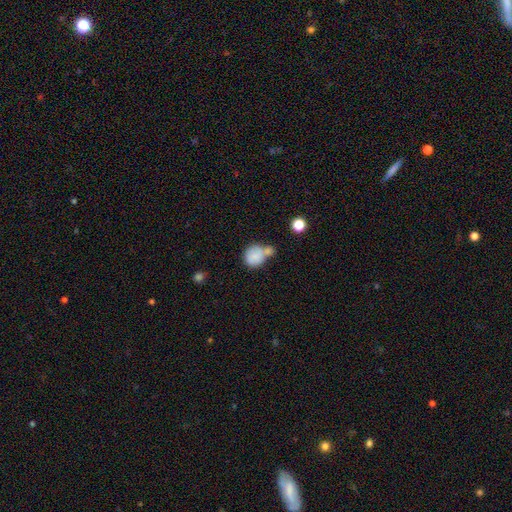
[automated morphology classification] A smooth galaxy with no disk features (80%) that is round (72%).

Vote fractions:
- Smooth or featured? smooth: 80% / featured or disk: 12% / star or artifact: 8%
- How rounded? round: 72% / in between: 27% / cigar-shaped: 1%
- Merging? merger: 47% / none: 31% / minor disturbance: 15% / major disturbance: 7%